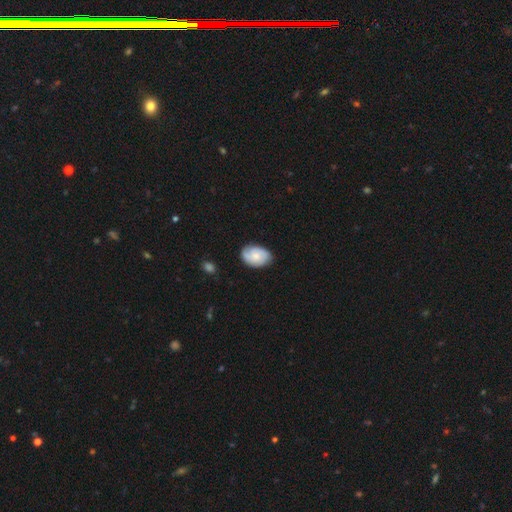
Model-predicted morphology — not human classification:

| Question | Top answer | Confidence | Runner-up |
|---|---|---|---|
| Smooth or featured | smooth | 48% | featured or disk (45%) |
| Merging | none | 76% | minor disturbance (19%) |